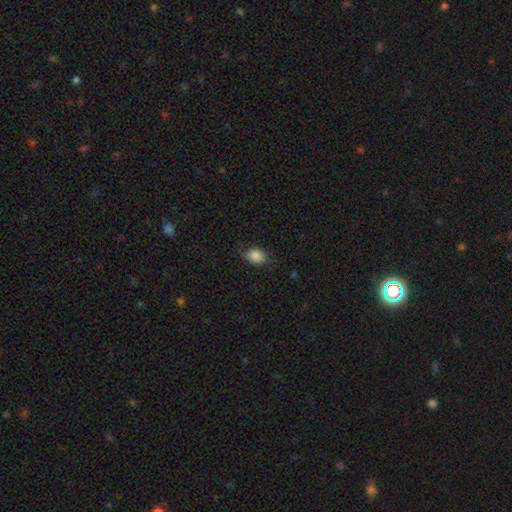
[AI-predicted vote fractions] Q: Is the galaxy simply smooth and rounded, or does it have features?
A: smooth — 86%.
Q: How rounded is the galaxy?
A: in between — 65%.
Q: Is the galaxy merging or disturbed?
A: none — 77%.